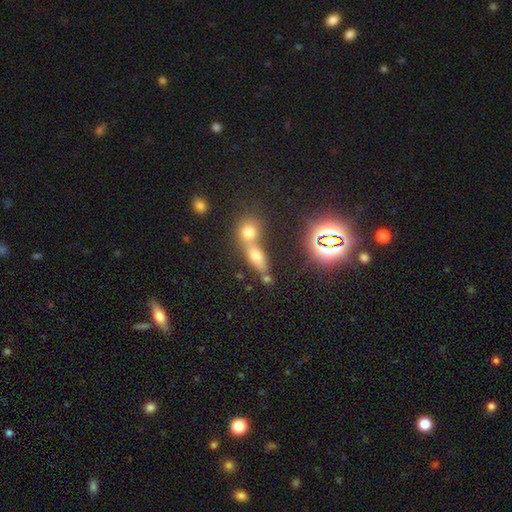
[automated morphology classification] Smooth or featured: smooth — 49% (star or artifact — 31%)
Merging: merger — 52% (none — 37%)